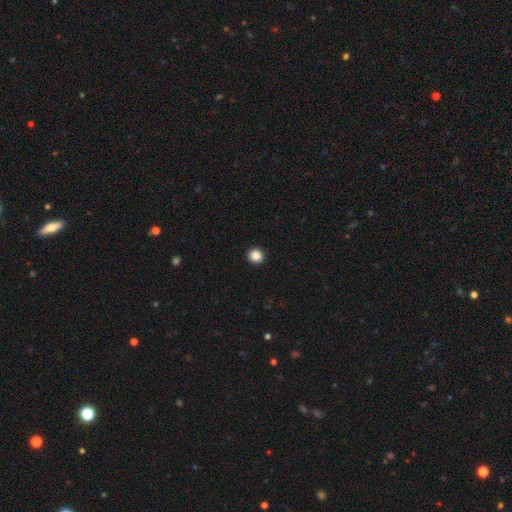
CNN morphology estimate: Smooth or featured?
  - smooth: 87% *
  - star or artifact: 10%
  - featured or disk: 3%
How rounded?
  - round: 94% *
  - in between: 5%
  - cigar-shaped: 1%
Merging?
  - none: 94% *
  - minor disturbance: 4%
  - major disturbance: 1%
  - merger: 1%